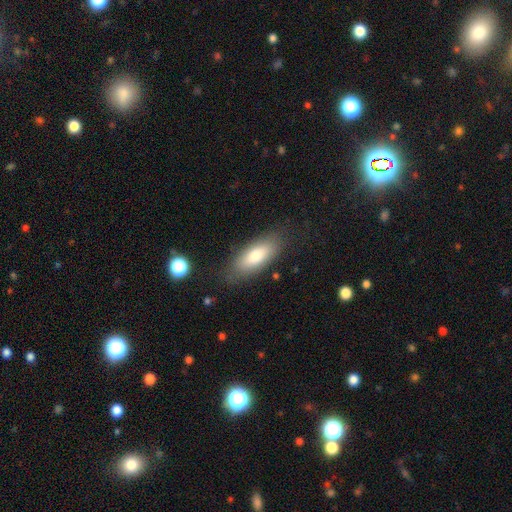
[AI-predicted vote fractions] Smooth or featured?
  - smooth: 74% *
  - featured or disk: 19%
  - star or artifact: 7%
How rounded?
  - in between: 75% *
  - cigar-shaped: 22%
  - round: 2%
Merging?
  - none: 80% *
  - minor disturbance: 14%
  - major disturbance: 4%
  - merger: 2%